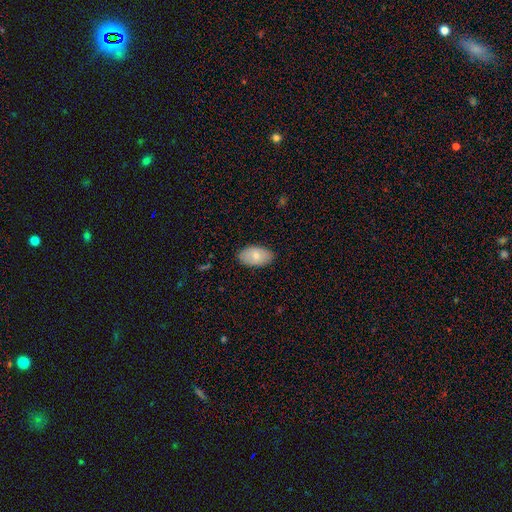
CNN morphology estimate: Smooth or featured: smooth — 78% (featured or disk — 16%)
How rounded: in between — 94% (round — 4%)
Merging: none — 85% (minor disturbance — 12%)